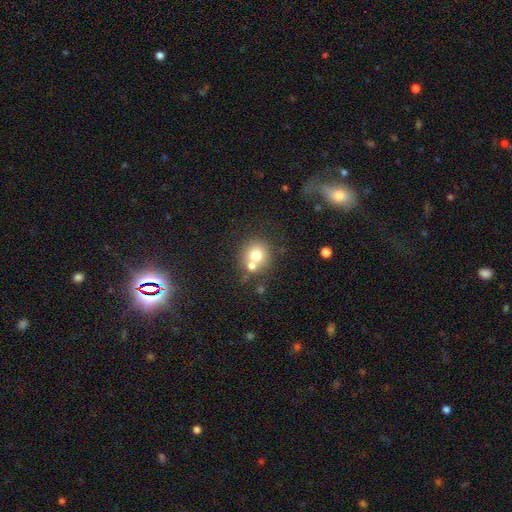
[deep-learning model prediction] The model was most divided on "merging": none: 54%, merger: 34%, minor disturbance: 9%, major disturbance: 3%. More confident: how rounded — round (89%); smooth or featured — smooth (71%).